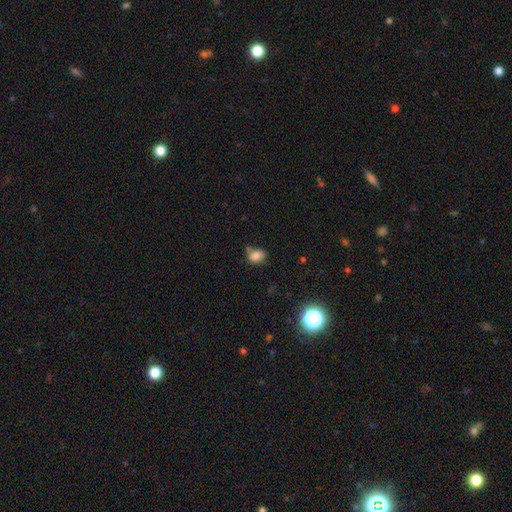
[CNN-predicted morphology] Q: Smooth or featured?
A: smooth (78%); runner-up: star or artifact (12%)
Q: How rounded?
A: in between (61%); runner-up: round (37%)
Q: Merging?
A: none (58%); runner-up: minor disturbance (22%)